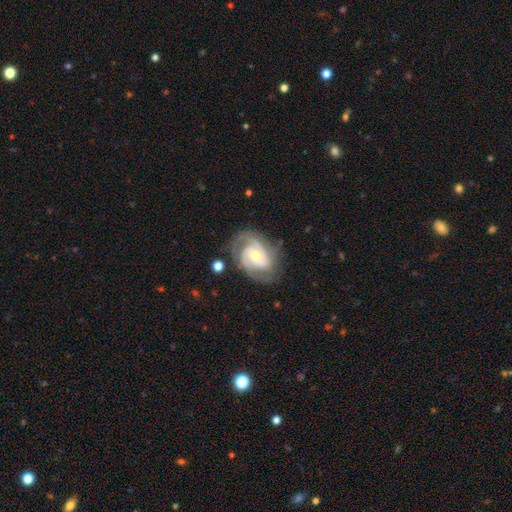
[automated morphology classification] Smooth or featured? Predicted: featured or disk (p=0.89). Edge-on disk? Predicted: no (p=0.98). Bar? Predicted: no (p=0.57). Spiral arms? Predicted: yes (p=0.98). Spiral winding? Predicted: tight (p=0.51). Spiral arm count? Predicted: 3 (p=0.43). Bulge size? Predicted: moderate (p=0.50). Merging? Predicted: none (p=0.72).